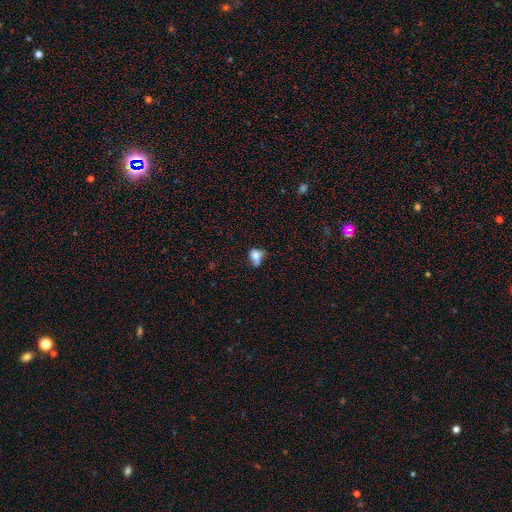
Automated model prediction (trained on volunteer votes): smooth-or-featured: smooth: 71% | featured or disk: 17% | star or artifact: 12%
  how-rounded: in between: 54% | round: 44% | cigar-shaped: 2%
  merging: none: 30% | minor disturbance: 29% | major disturbance: 22% | merger: 19%